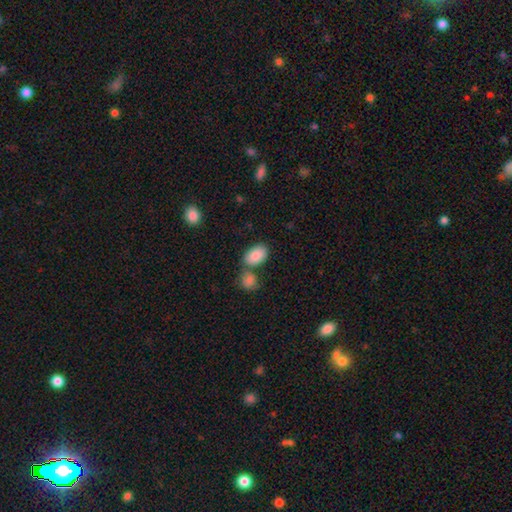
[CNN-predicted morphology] A smooth galaxy with no disk features (88%) that is in between round and cigar-shaped (91%).

Vote fractions:
- Smooth or featured? smooth: 88% / star or artifact: 7% / featured or disk: 5%
- How rounded? in between: 91% / round: 7% / cigar-shaped: 1%
- Merging? none: 57% / merger: 27% / minor disturbance: 12% / major disturbance: 4%